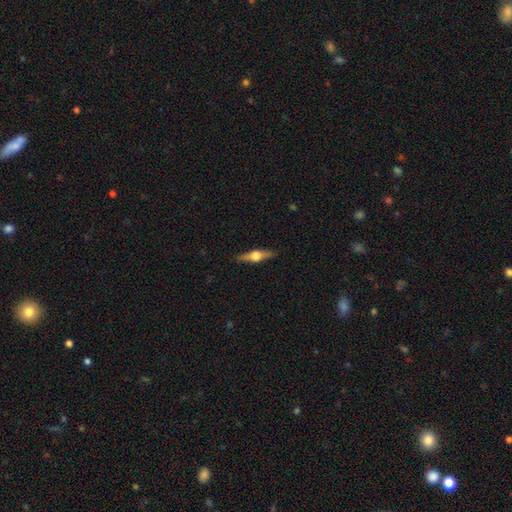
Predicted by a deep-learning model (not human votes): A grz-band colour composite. It shows a featured or disk galaxy (66%) viewed edge-on (96%) with a rounded central bulge (95%). Merging: none (90%).